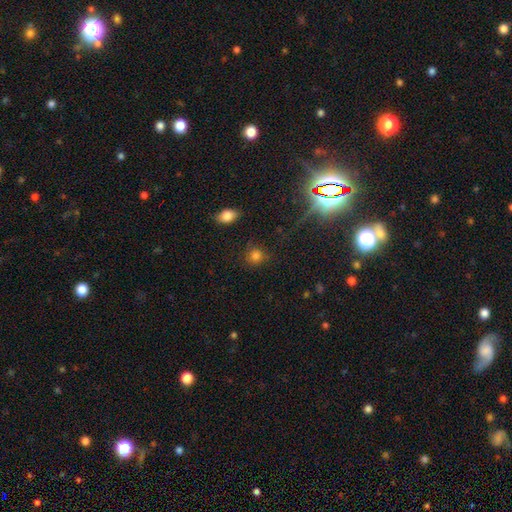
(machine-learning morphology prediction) This appears to be a smooth galaxy with no disk features (78%) that is round (86%). Merging: none (82%).